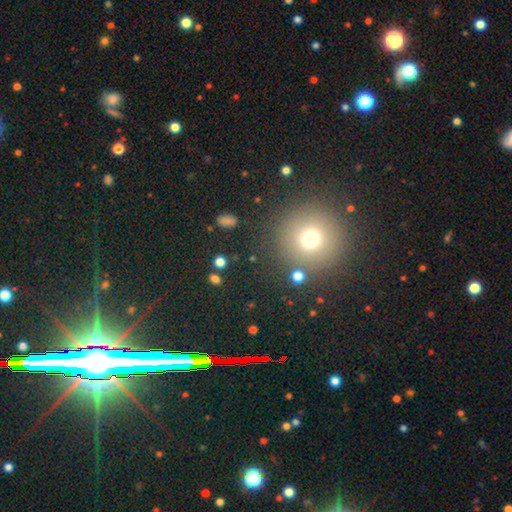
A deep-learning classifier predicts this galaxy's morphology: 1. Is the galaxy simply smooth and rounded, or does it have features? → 47% smooth, 40% star or artifact, 14% featured or disk.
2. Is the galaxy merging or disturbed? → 90% none, 6% minor disturbance, 2% major disturbance, 2% merger.